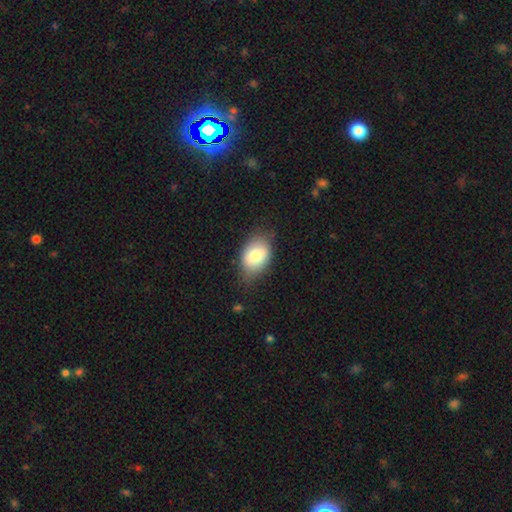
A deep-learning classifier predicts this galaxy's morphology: type=smooth (81%); roundness=in between (85%); merging=none (70%).